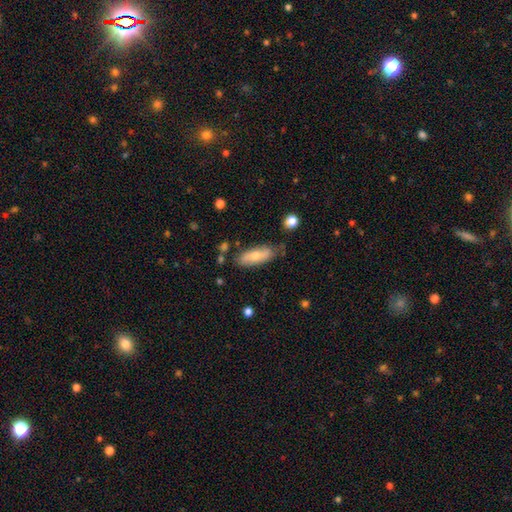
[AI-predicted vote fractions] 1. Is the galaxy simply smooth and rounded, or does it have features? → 66% smooth, 28% featured or disk, 6% star or artifact.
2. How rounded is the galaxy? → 70% in between, 27% cigar-shaped, 3% round.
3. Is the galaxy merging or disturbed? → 71% none, 20% minor disturbance, 5% merger, 4% major disturbance.